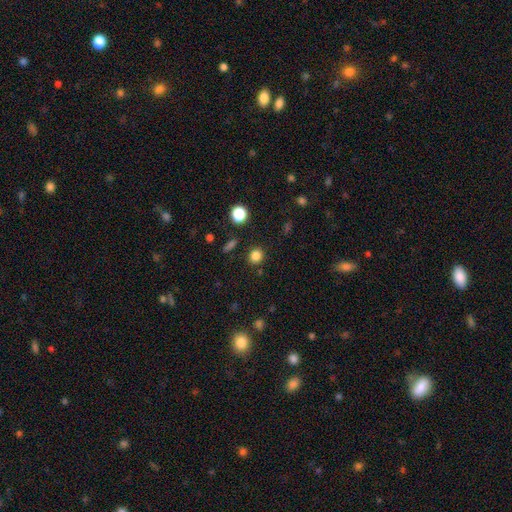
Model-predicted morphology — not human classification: Smooth or featured? smooth (82%)
How rounded? round (85%)
Merging? none (89%)